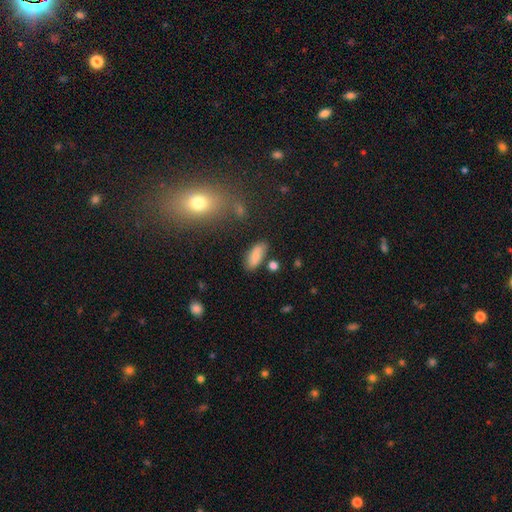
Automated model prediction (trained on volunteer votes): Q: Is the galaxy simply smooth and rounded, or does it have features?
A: smooth — 81%.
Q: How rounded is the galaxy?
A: in between — 82%.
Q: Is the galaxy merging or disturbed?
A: none — 79%.